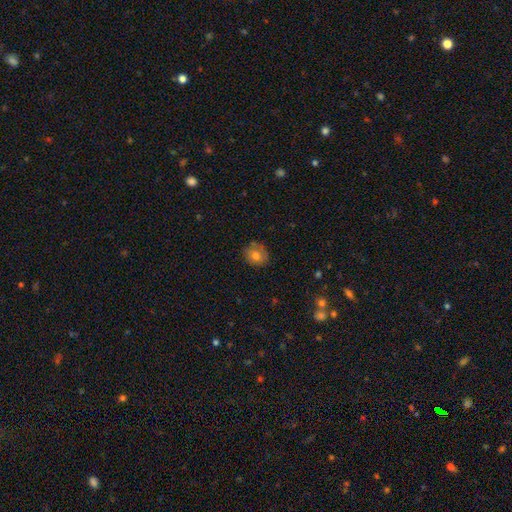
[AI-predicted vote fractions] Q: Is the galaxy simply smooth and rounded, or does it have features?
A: smooth — 75%.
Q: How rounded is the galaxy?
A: round — 67%.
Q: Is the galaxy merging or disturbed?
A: none — 76%.